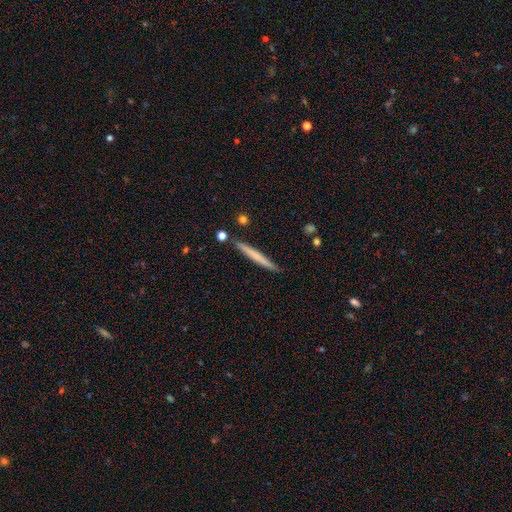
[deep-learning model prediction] smooth_or_featured: smooth (p=0.59) [alt: featured or disk p=0.35]
how_rounded: cigar-shaped (p=0.97) [alt: in between p=0.02]
merging: none (p=0.88) [alt: minor disturbance p=0.08]